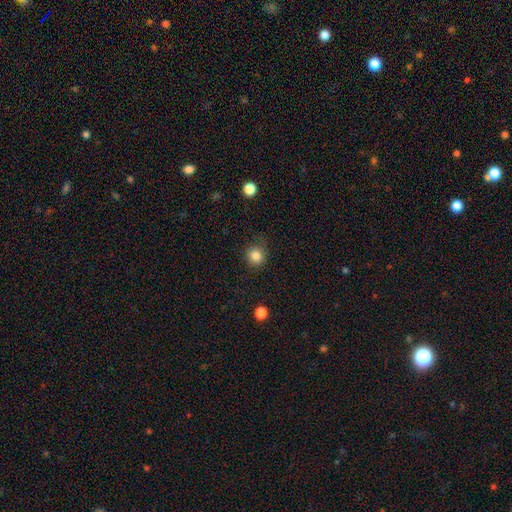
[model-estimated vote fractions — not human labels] This is clearly a smooth galaxy (84%). How rounded: clearly round (89%). Merging: likely none (79%).